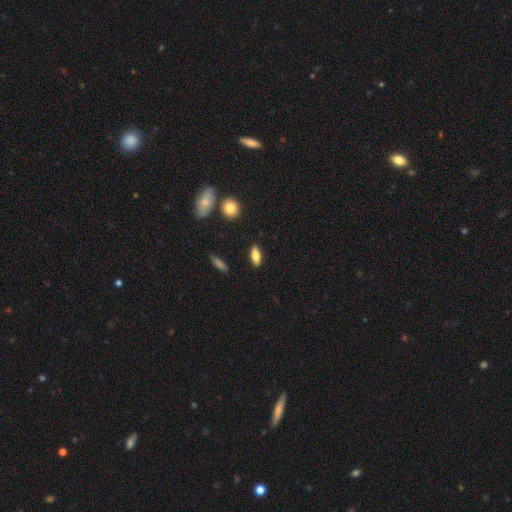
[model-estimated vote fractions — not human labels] smooth 76%, featured or disk 17%, star or artifact 7%. Down the decision tree: how rounded — in between (68%); merging — none (88%).